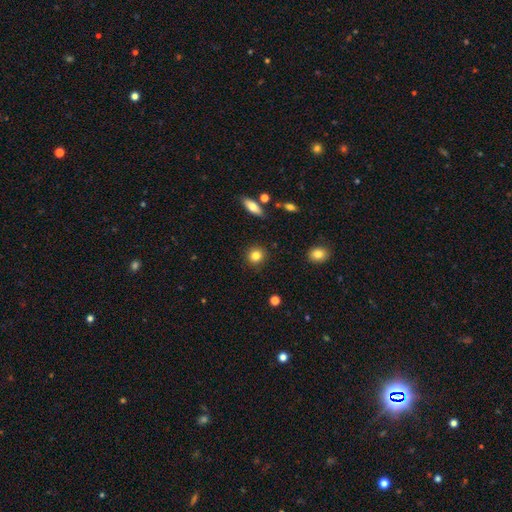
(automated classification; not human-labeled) This appears to be a smooth galaxy with no disk features (84%) that is round (88%). Merging: none (90%).